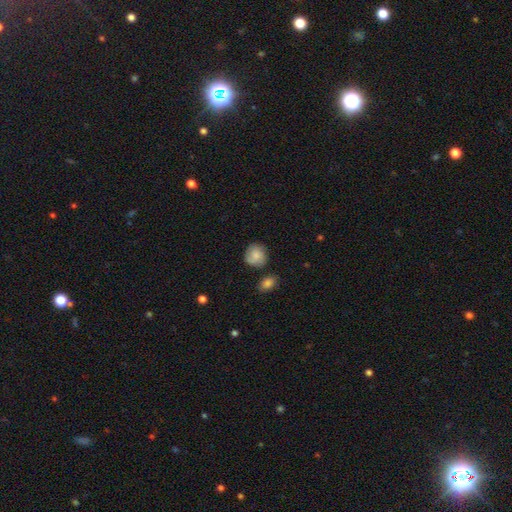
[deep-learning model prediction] Morphology: type=smooth (70%); roundness=round (83%); merging=none (71%).